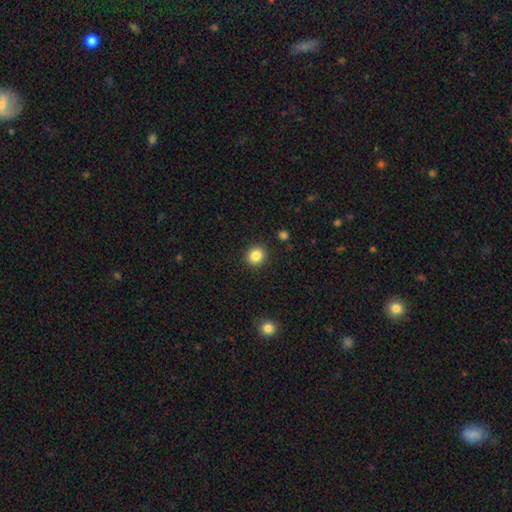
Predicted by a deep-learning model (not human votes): This appears to be a smooth galaxy with no disk features (85%) that is round (84%). Merging: none (91%).